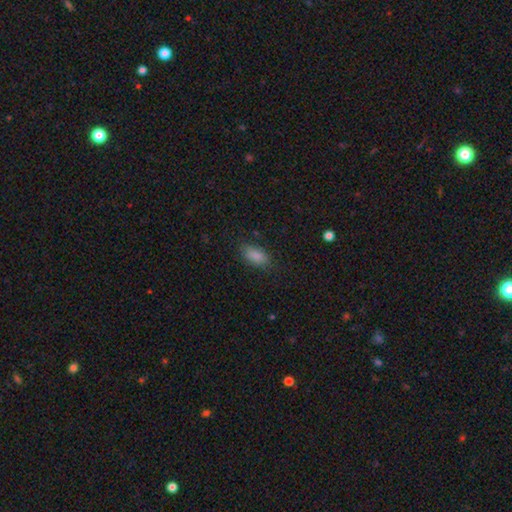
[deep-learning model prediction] This is clearly a smooth galaxy (87%). How rounded: clearly in between (89%). Merging: clearly none (82%).